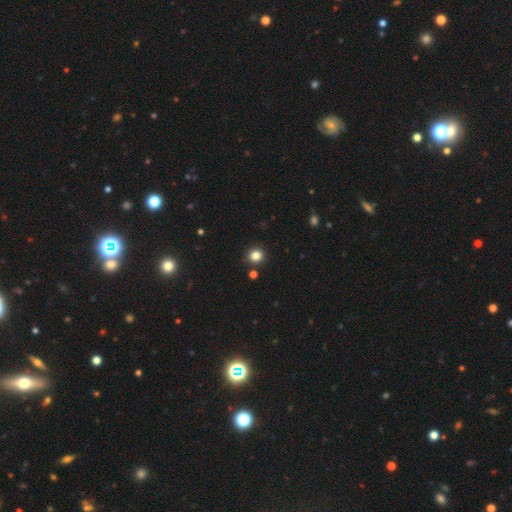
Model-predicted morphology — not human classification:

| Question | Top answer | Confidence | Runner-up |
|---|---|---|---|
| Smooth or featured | smooth | 82% | star or artifact (13%) |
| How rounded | round | 90% | in between (9%) |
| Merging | none | 89% | minor disturbance (6%) |